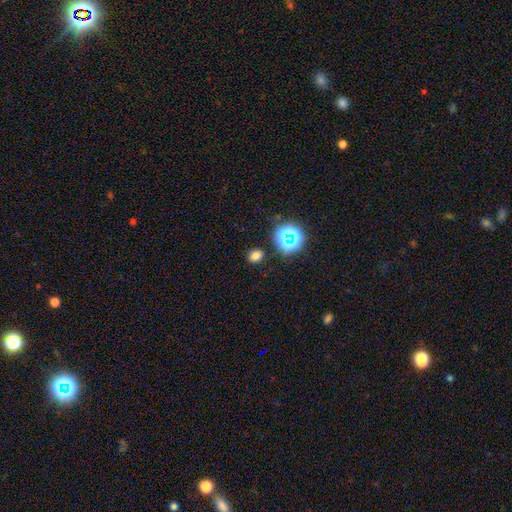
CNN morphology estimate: type=smooth (72%); roundness=round (53%); merging=none (86%).